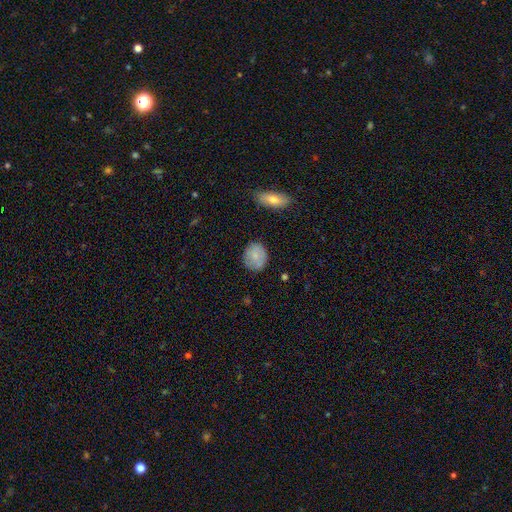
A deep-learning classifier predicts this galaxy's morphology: Q: Smooth or featured?
A: smooth (80%); runner-up: featured or disk (13%)
Q: How rounded?
A: round (69%); runner-up: in between (29%)
Q: Merging?
A: none (80%); runner-up: minor disturbance (14%)